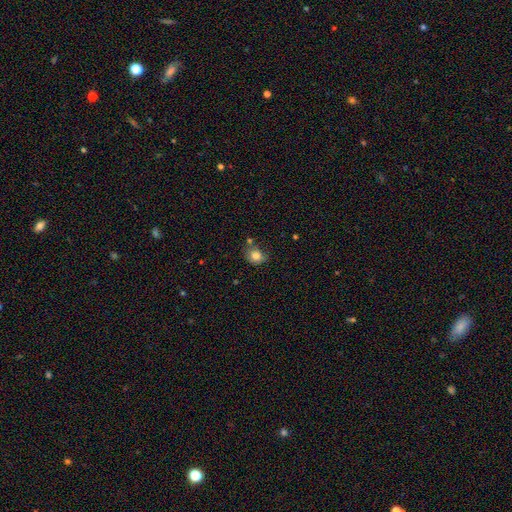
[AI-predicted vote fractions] smooth_or_featured: smooth (p=0.82) [alt: star or artifact p=0.10]
how_rounded: round (p=0.65) [alt: in between p=0.34]
merging: none (p=0.64) [alt: minor disturbance p=0.21]